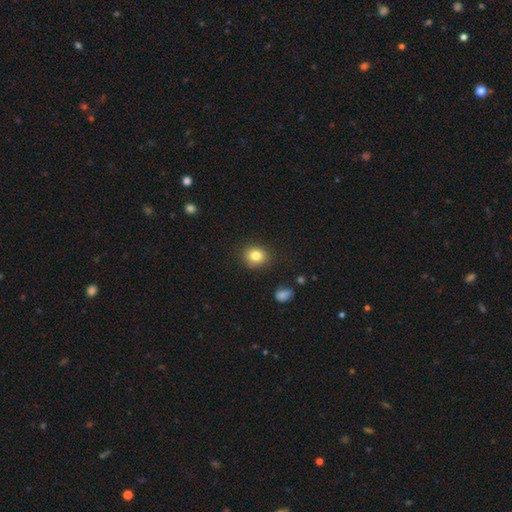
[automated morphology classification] Q: Smooth or featured?
A: smooth (82%); runner-up: star or artifact (11%)
Q: How rounded?
A: round (71%); runner-up: in between (28%)
Q: Merging?
A: none (86%); runner-up: minor disturbance (10%)